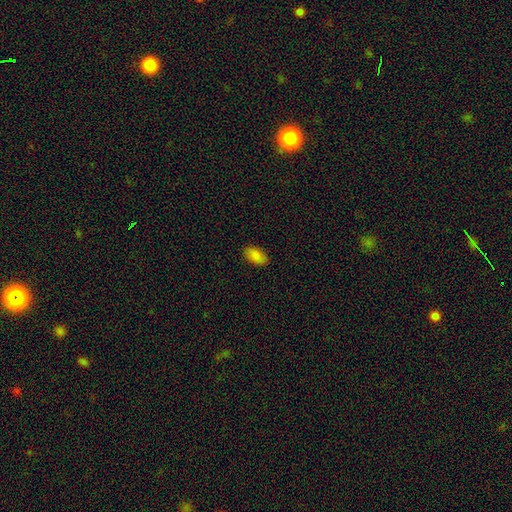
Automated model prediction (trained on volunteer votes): A smooth galaxy with no disk features (87%) that is in between round and cigar-shaped (94%). Merging: none (88%).